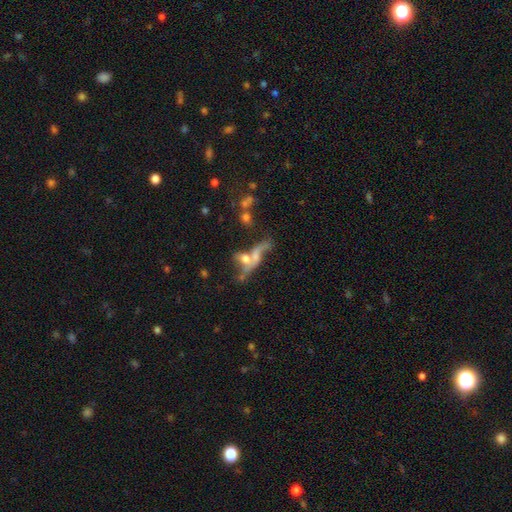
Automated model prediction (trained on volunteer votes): Smooth or featured?
  - featured or disk: 47% *
  - smooth: 39%
  - star or artifact: 14%
Merging?
  - merger: 52% *
  - major disturbance: 20%
  - none: 18%
  - minor disturbance: 10%